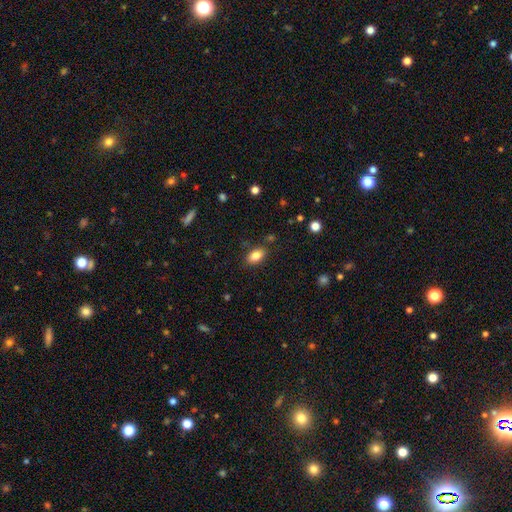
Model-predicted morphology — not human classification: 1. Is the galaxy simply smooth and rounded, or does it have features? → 84% smooth, 9% star or artifact, 7% featured or disk.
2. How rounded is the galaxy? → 89% in between, 9% round, 2% cigar-shaped.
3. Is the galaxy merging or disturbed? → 84% none, 11% minor disturbance, 3% major disturbance, 2% merger.